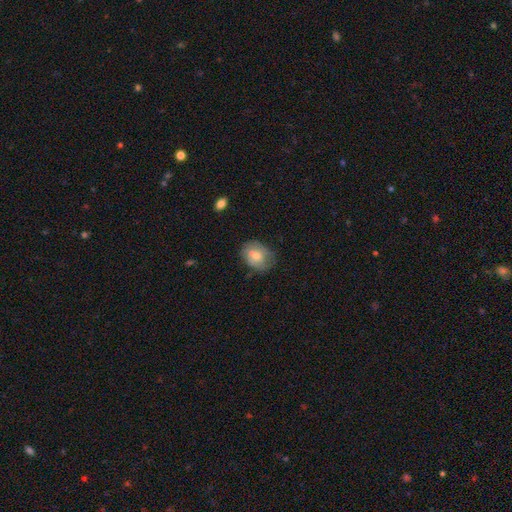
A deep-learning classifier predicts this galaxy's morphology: type=smooth (64%); roundness=in between (58%); merging=none (59%).